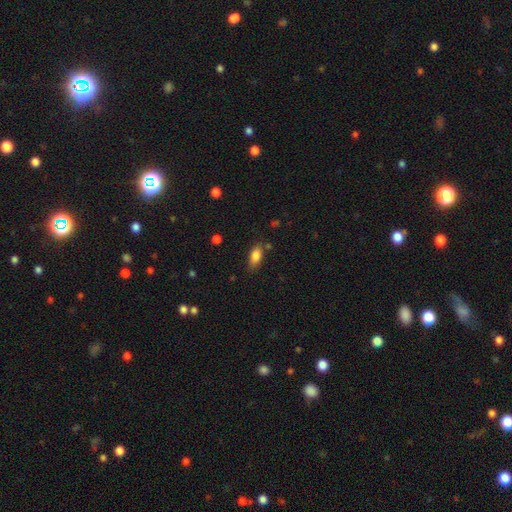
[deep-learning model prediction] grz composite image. It shows a smooth galaxy with no disk features (84%) that is in between round and cigar-shaped (87%). Merging: none (77%).